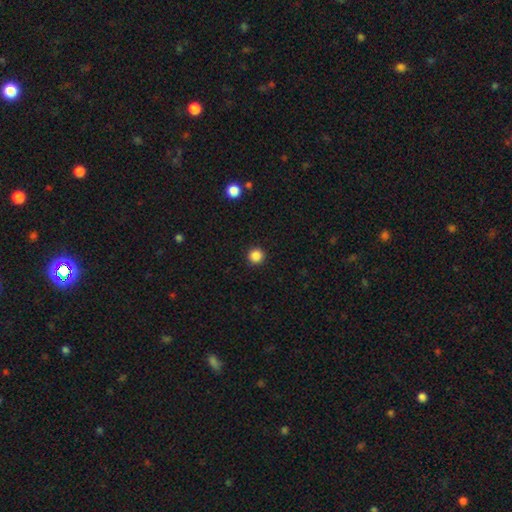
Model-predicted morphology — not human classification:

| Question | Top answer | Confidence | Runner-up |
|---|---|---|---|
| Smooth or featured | smooth | 87% | star or artifact (11%) |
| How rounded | round | 96% | in between (3%) |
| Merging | none | 93% | minor disturbance (5%) |